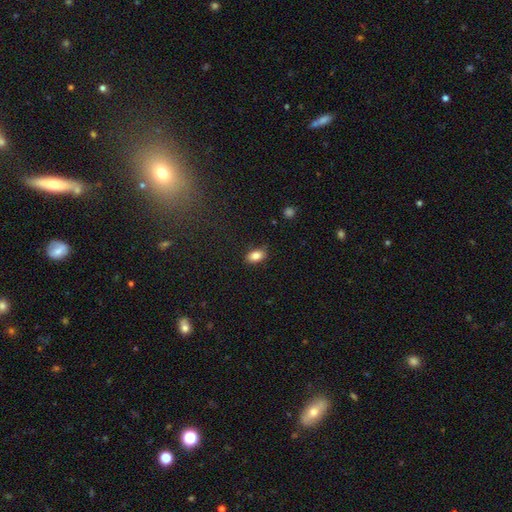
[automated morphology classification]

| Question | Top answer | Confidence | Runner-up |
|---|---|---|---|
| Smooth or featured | smooth | 84% | star or artifact (9%) |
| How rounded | in between | 89% | round (9%) |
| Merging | none | 84% | minor disturbance (12%) |